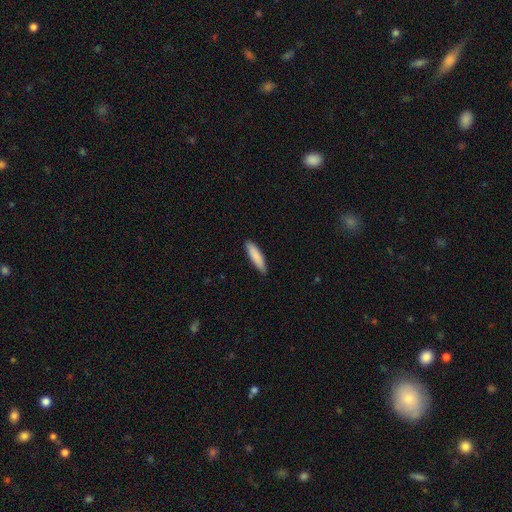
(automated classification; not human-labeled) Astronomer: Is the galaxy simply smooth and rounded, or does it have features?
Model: smooth — 86%.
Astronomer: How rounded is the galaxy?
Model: cigar-shaped — 68%.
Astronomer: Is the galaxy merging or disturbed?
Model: none — 83%.